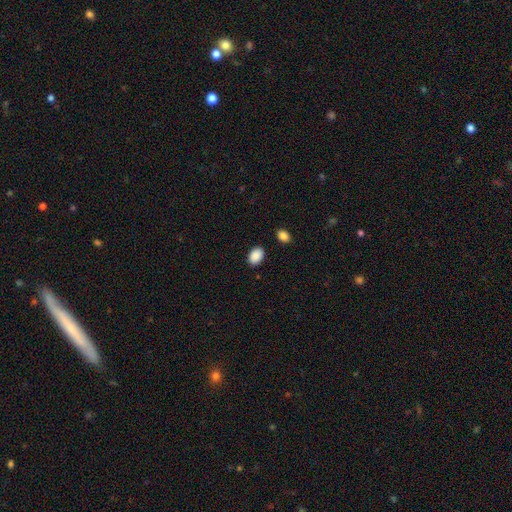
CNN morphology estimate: The model was most divided on "how rounded": in between: 80%, round: 19%, cigar-shaped: 1%. More confident: smooth or featured — smooth (90%); merging — none (87%).